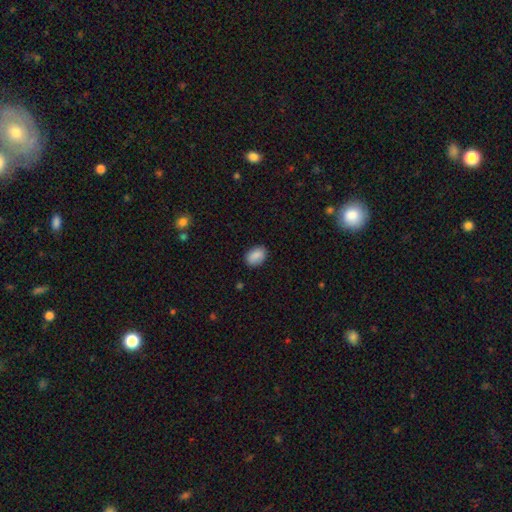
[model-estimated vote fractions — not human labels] smooth 87%, star or artifact 7%, featured or disk 6%. Down the decision tree: how rounded — in between (80%); merging — none (85%).